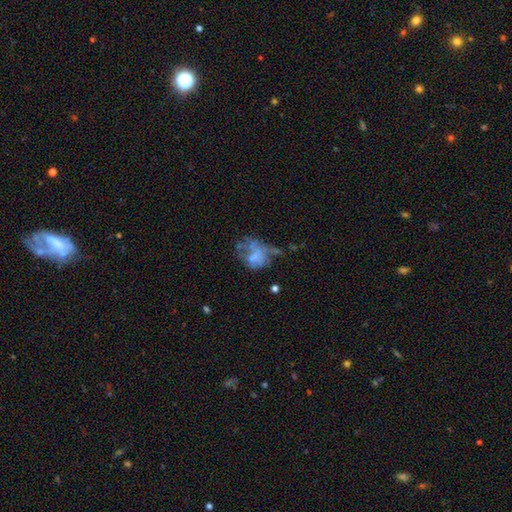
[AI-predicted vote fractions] Smooth or featured?
  - featured or disk: 51% *
  - smooth: 36%
  - star or artifact: 13%
Edge-on disk?
  - no: 98% *
  - yes: 2%
Merging?
  - major disturbance: 42% *
  - none: 25%
  - minor disturbance: 22%
  - merger: 11%